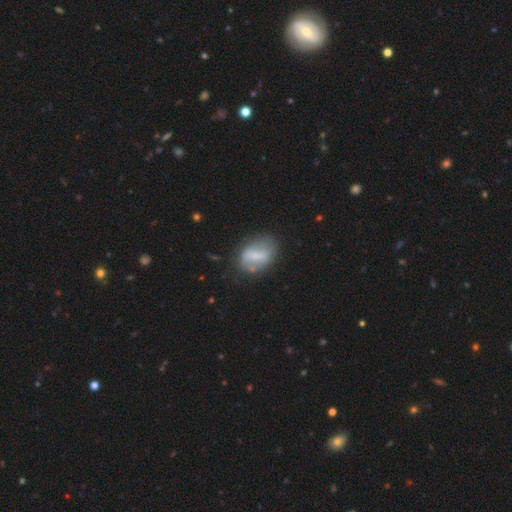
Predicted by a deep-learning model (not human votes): smooth_or_featured: smooth (p=0.48) [alt: featured or disk p=0.44]
merging: none (p=0.69) [alt: minor disturbance p=0.20]